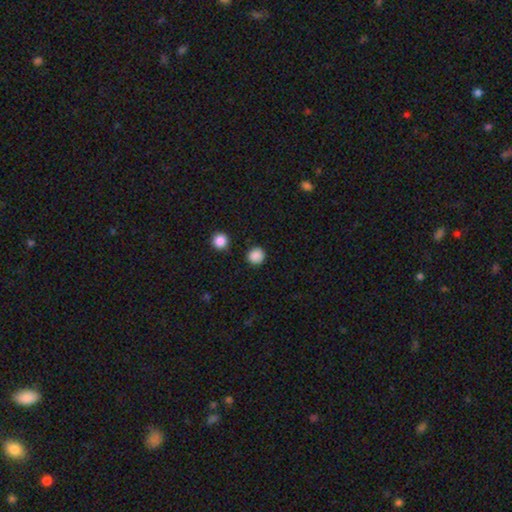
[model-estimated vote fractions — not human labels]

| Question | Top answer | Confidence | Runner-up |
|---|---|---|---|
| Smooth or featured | smooth | 87% | star or artifact (10%) |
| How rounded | round | 93% | in between (6%) |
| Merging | none | 89% | minor disturbance (6%) |